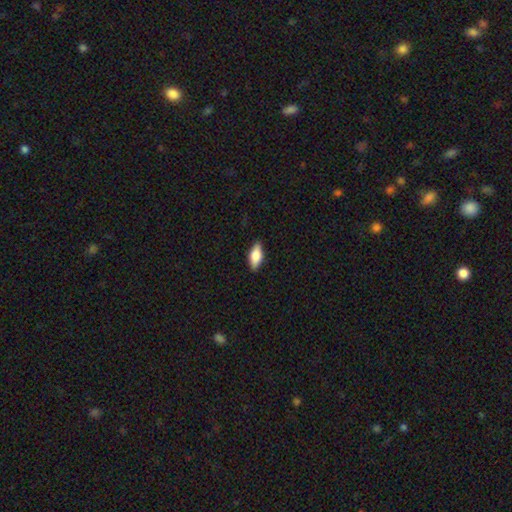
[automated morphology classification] Q: Smooth or featured?
A: smooth (75%); runner-up: featured or disk (18%)
Q: How rounded?
A: in between (83%); runner-up: cigar-shaped (14%)
Q: Merging?
A: none (88%); runner-up: minor disturbance (9%)